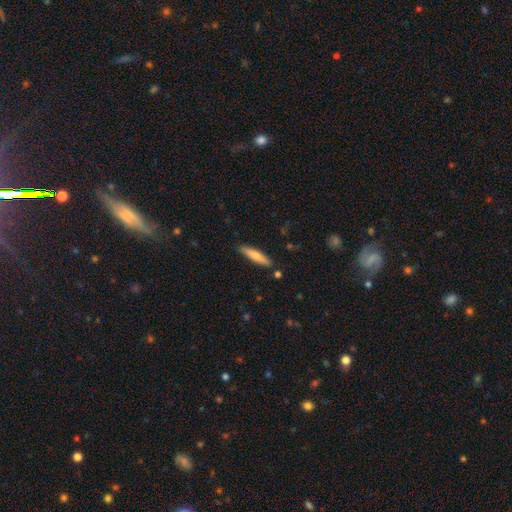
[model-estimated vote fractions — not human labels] Smooth or featured? smooth (71%)
How rounded? cigar-shaped (85%)
Merging? none (87%)